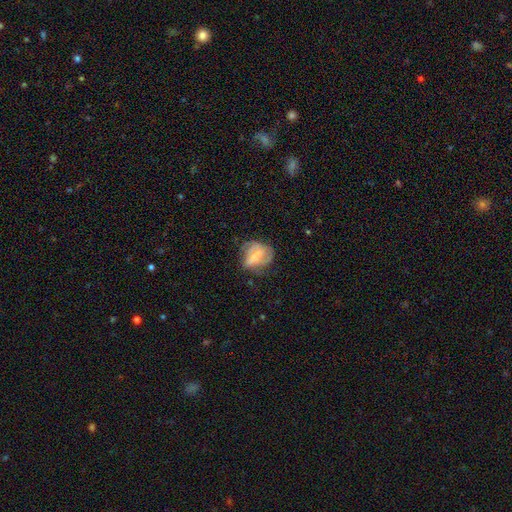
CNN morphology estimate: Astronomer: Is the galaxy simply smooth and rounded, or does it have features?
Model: featured or disk — 50% (runner-up: smooth, 41%).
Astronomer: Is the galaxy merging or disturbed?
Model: none — 47% (runner-up: minor disturbance, 28%).